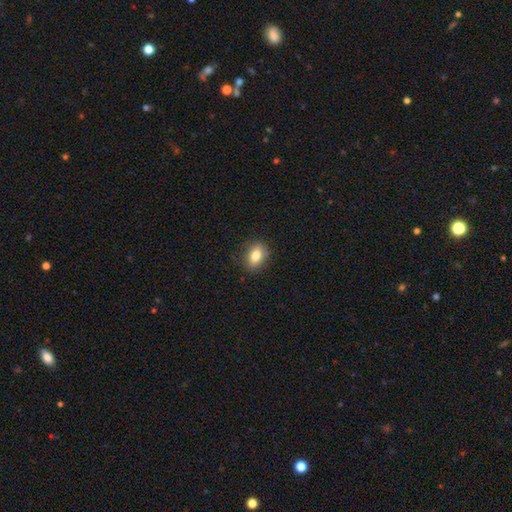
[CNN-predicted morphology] Smooth or featured? smooth (82%)
How rounded? in between (77%)
Merging? none (85%)